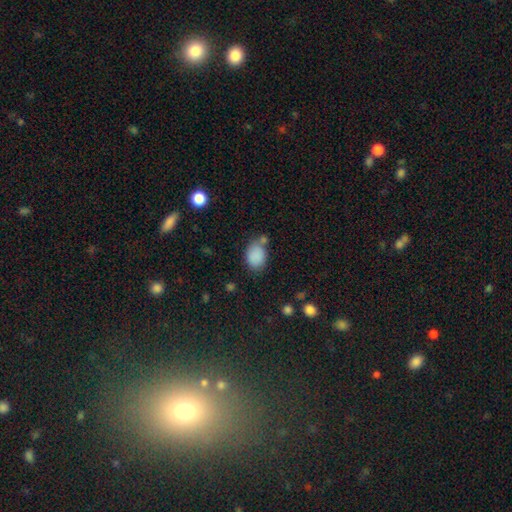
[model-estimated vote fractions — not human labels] This appears to be a smooth galaxy with no disk features (86%) that is in between round and cigar-shaped (71%). Merging: none (59%).